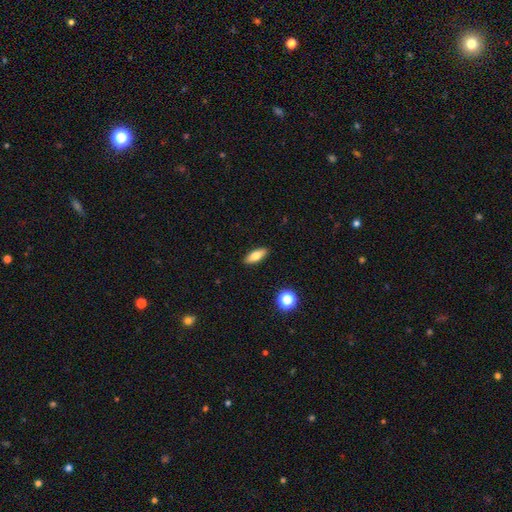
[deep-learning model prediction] Smooth or featured?
  - smooth: 71% *
  - featured or disk: 21%
  - star or artifact: 8%
How rounded?
  - in between: 70% *
  - cigar-shaped: 26%
  - round: 4%
Merging?
  - none: 90% *
  - minor disturbance: 7%
  - major disturbance: 2%
  - merger: 1%